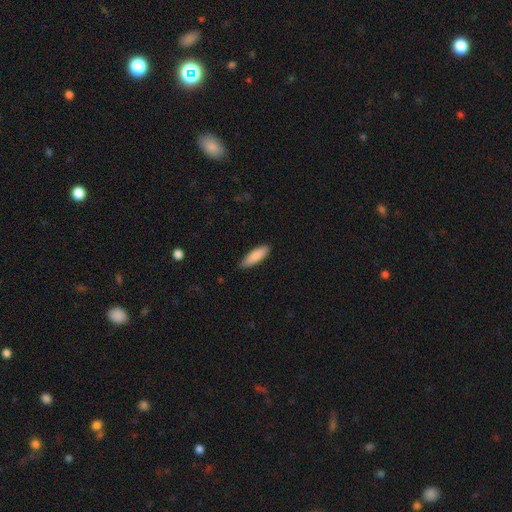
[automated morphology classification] A smooth galaxy with no disk features (87%) that is in between round and cigar-shaped (52%). Merging: none (84%).